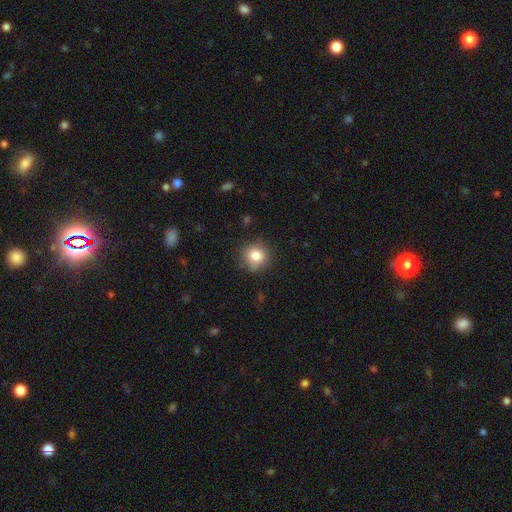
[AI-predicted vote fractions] This appears to be a smooth galaxy with no disk features (83%) that is round (91%). Merging: none (83%).